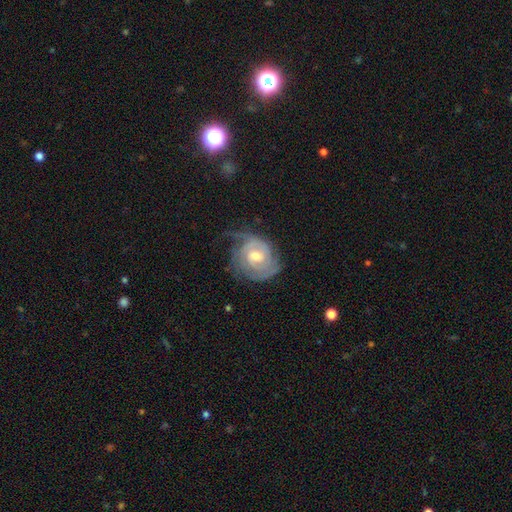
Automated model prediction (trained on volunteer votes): This appears to be a featured or disk galaxy (82%) with no bar (49%), 2 (39%) tight (62%) spiral arms (93%) and a moderate central bulge (68%). Merging: none (54%).